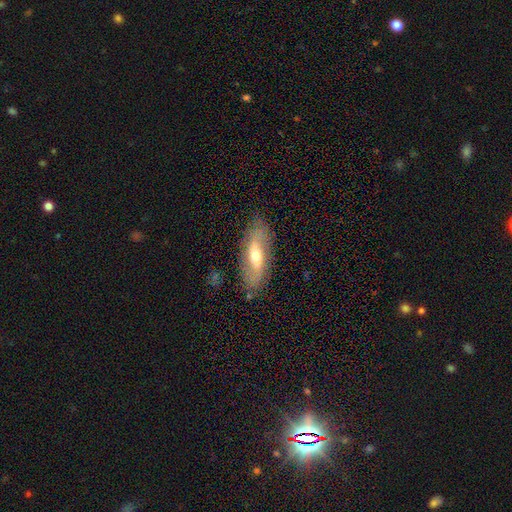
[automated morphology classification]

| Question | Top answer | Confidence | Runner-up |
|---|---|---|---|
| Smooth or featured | featured or disk | 53% | smooth (41%) |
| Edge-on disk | no | 70% | yes (30%) |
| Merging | none | 81% | minor disturbance (14%) |